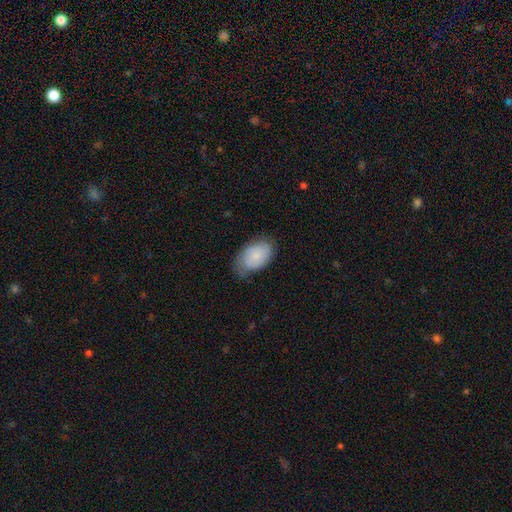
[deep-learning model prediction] smooth_or_featured: smooth (p=0.75) [alt: featured or disk p=0.18]
how_rounded: in between (p=0.90) [alt: round p=0.08]
merging: none (p=0.59) [alt: minor disturbance p=0.31]